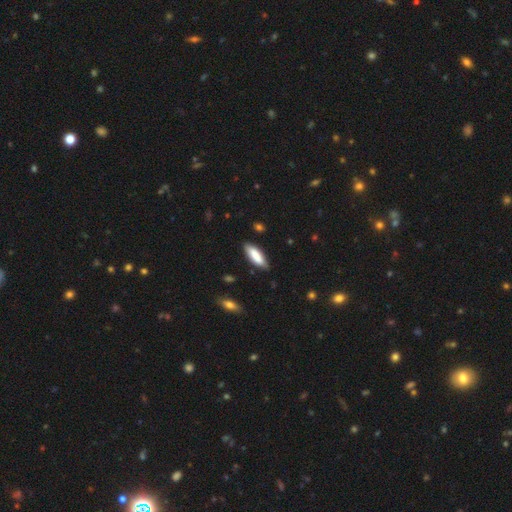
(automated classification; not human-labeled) A smooth galaxy with no disk features (83%) that is in between round and cigar-shaped (59%). Merging: none (81%).